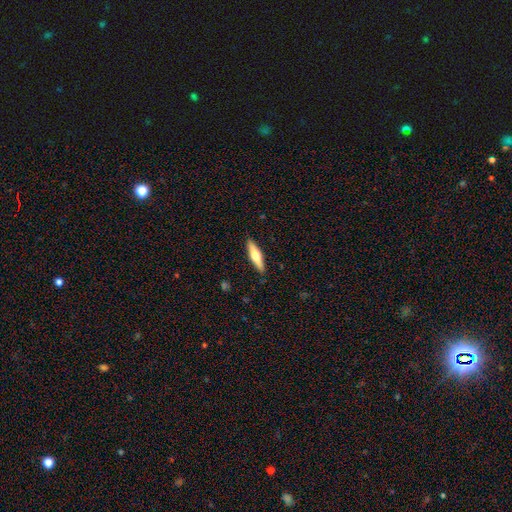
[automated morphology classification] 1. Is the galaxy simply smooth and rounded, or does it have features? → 48% smooth, 47% featured or disk, 5% star or artifact.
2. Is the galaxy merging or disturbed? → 90% none, 7% minor disturbance, 2% major disturbance, 1% merger.